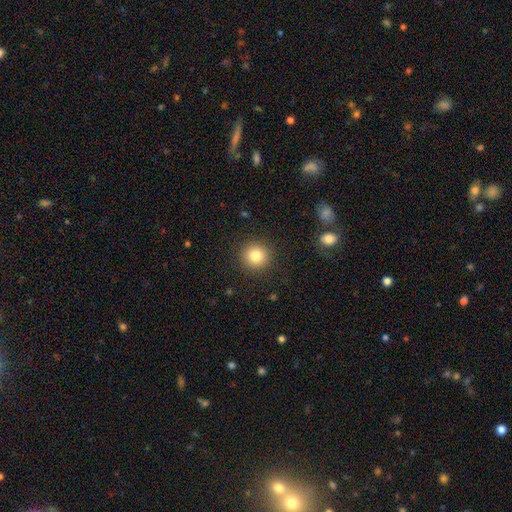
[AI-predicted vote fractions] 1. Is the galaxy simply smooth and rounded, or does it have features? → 82% smooth, 11% star or artifact, 7% featured or disk.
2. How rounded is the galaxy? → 94% round, 5% in between, 1% cigar-shaped.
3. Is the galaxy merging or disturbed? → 91% none, 6% minor disturbance, 2% major disturbance, 1% merger.